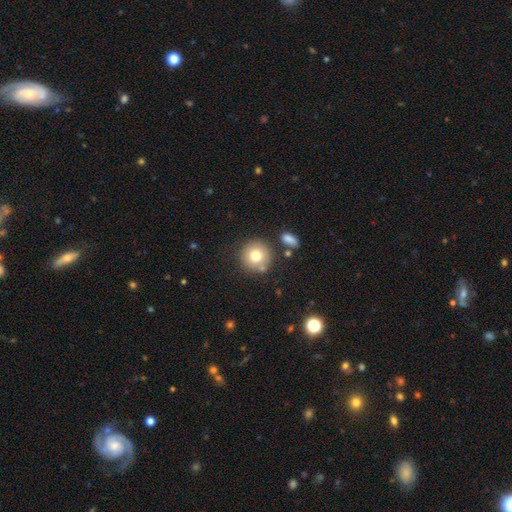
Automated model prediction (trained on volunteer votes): Overall: smooth (76%). How rounded: round (93%). Merging: none (78%).